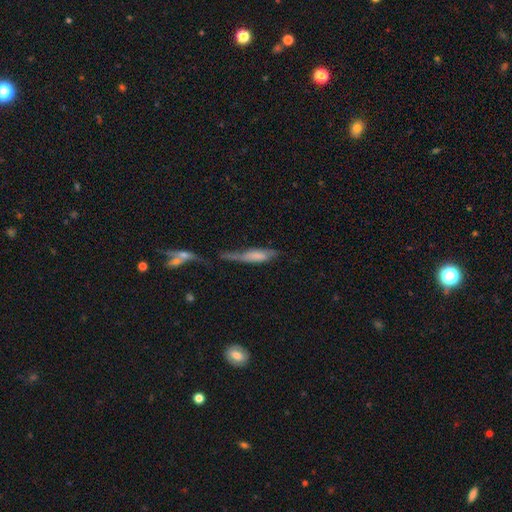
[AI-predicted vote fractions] Morphology: type=smooth (56%); roundness=cigar-shaped (62%); merging=major disturbance (32%).